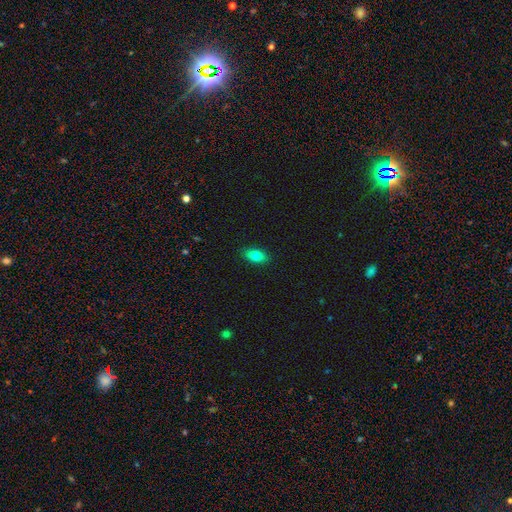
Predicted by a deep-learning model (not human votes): A smooth galaxy with no disk features (83%) that is in between round and cigar-shaped (88%).

Vote fractions:
- Smooth or featured? smooth: 83% / featured or disk: 9% / star or artifact: 8%
- How rounded? in between: 88% / round: 6% / cigar-shaped: 6%
- Merging? none: 88% / minor disturbance: 9% / major disturbance: 2% / merger: 1%